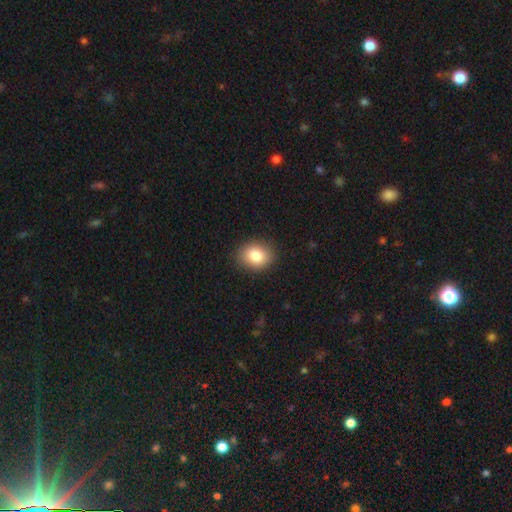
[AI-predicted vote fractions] The model was most divided on "how rounded": in between: 55%, round: 44%, cigar-shaped: 1%. More confident: merging — none (88%); smooth or featured — smooth (85%).